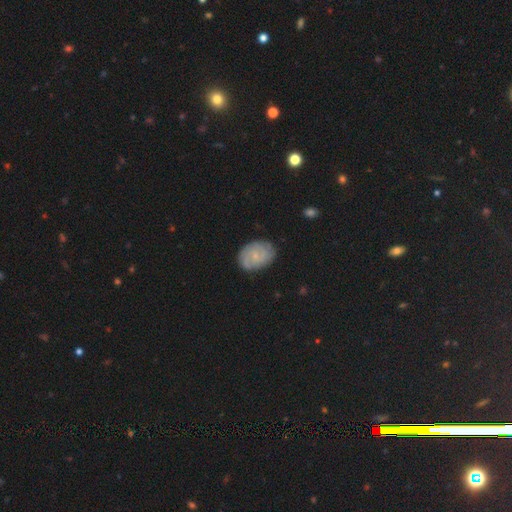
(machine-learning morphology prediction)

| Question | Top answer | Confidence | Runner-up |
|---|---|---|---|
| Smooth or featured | featured or disk | 61% | smooth (32%) |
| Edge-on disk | no | 97% | yes (3%) |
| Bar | no | 68% | weak (28%) |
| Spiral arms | yes | 88% | no (12%) |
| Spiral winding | tight | 64% | medium (27%) |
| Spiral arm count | can't tell | 41% | 2 (28%) |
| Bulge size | small | 74% | moderate (16%) |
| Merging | none | 79% | minor disturbance (16%) |